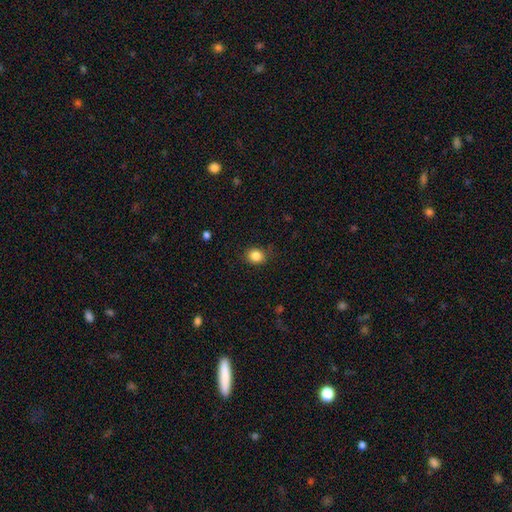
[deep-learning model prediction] A smooth galaxy with no disk features (85%) that is round (65%).

Vote fractions:
- Smooth or featured? smooth: 85% / star or artifact: 10% / featured or disk: 5%
- How rounded? round: 65% / in between: 34% / cigar-shaped: 1%
- Merging? none: 85% / minor disturbance: 11% / major disturbance: 3% / merger: 1%